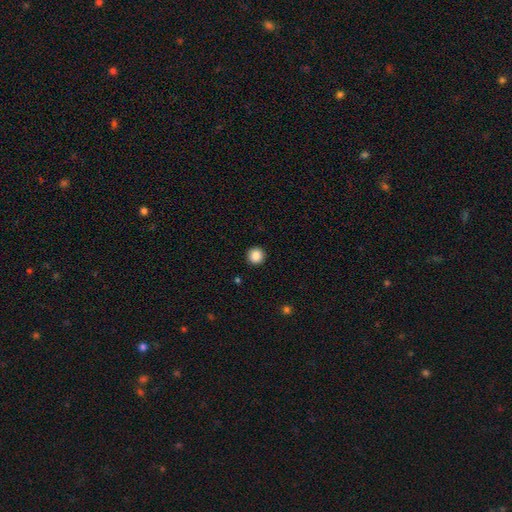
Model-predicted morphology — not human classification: This is clearly a smooth galaxy (86%). How rounded: clearly round (96%). Merging: clearly none (93%).